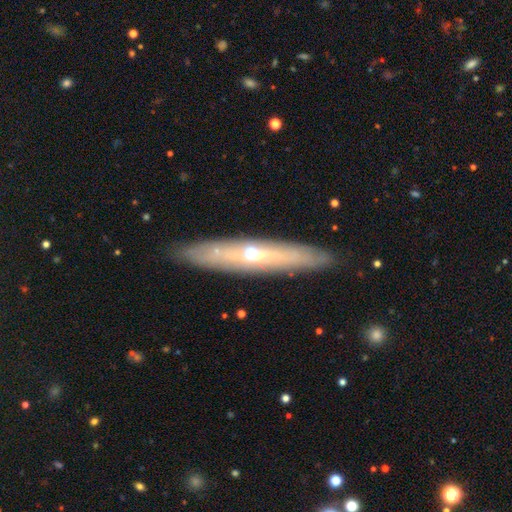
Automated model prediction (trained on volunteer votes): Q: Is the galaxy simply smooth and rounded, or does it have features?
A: featured or disk — 71%.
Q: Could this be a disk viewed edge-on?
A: yes — 72%.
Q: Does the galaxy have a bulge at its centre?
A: rounded — 77%.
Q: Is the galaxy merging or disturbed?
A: none — 87%.